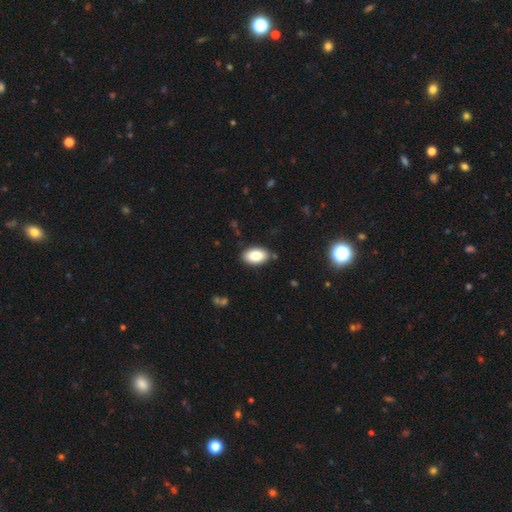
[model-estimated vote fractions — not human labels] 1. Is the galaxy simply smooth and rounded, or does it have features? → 86% smooth, 7% star or artifact, 7% featured or disk.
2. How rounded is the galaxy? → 93% in between, 5% round, 2% cigar-shaped.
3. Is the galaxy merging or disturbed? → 85% none, 10% minor disturbance, 2% major disturbance, 2% merger.